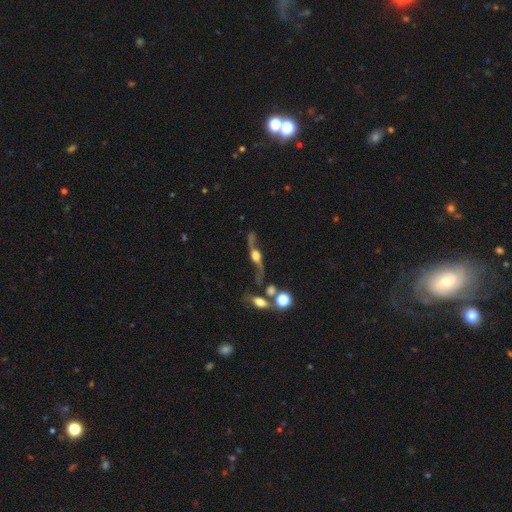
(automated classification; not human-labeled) Smooth or featured?
  - featured or disk: 81% *
  - smooth: 11%
  - star or artifact: 8%
Edge-on disk?
  - no: 52% *
  - yes: 48%
Merging?
  - none: 55% *
  - minor disturbance: 17%
  - major disturbance: 15%
  - merger: 13%